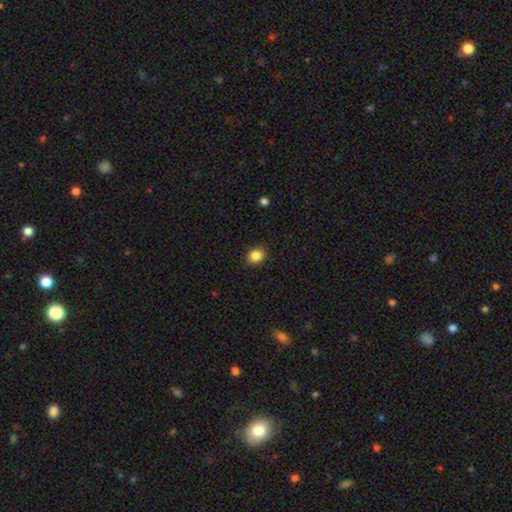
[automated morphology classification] The model was most divided on "how rounded": round: 62%, in between: 37%, cigar-shaped: 1%. More confident: merging — none (88%); smooth or featured — smooth (85%).